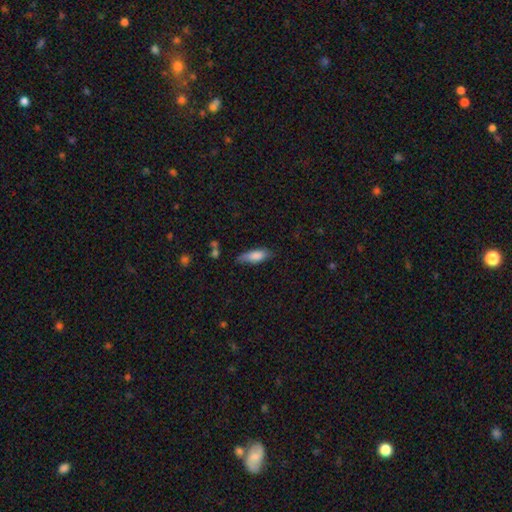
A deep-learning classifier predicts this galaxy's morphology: Q: Smooth or featured?
A: smooth (81%); runner-up: featured or disk (12%)
Q: How rounded?
A: in between (59%); runner-up: cigar-shaped (39%)
Q: Merging?
A: none (66%); runner-up: minor disturbance (25%)